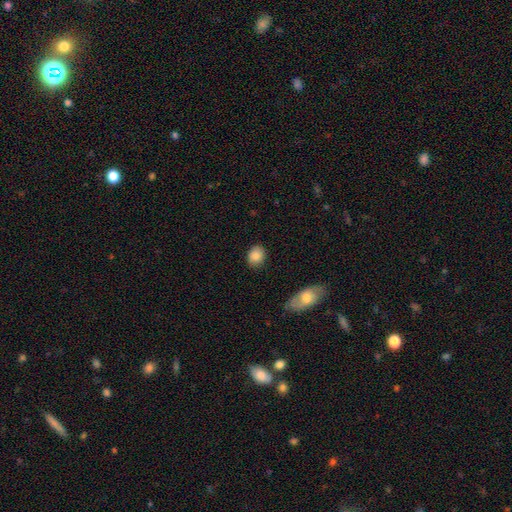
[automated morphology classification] This is clearly a smooth galaxy (85%). How rounded: possibly in between (51%). Merging: clearly none (86%).